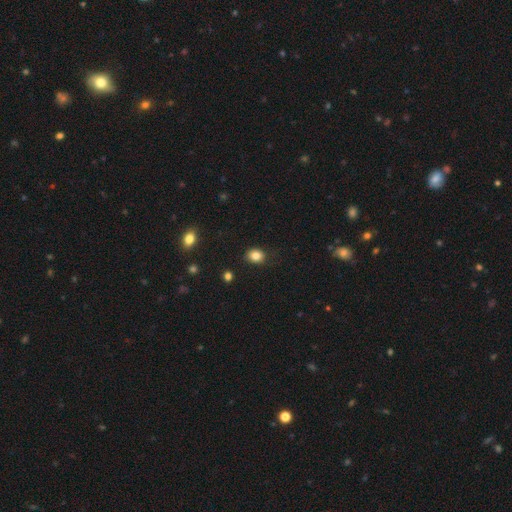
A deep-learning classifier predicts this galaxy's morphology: Smooth or featured? Predicted: smooth (p=0.84). How rounded? Predicted: round (p=0.50). Merging? Predicted: none (p=0.82).